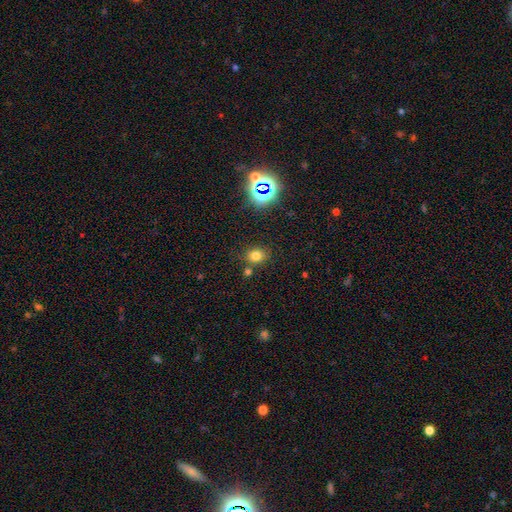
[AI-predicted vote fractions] smooth_or_featured: smooth (p=0.73) [alt: star or artifact p=0.20]
how_rounded: round (p=0.65) [alt: in between p=0.34]
merging: none (p=0.75) [alt: merger p=0.11]